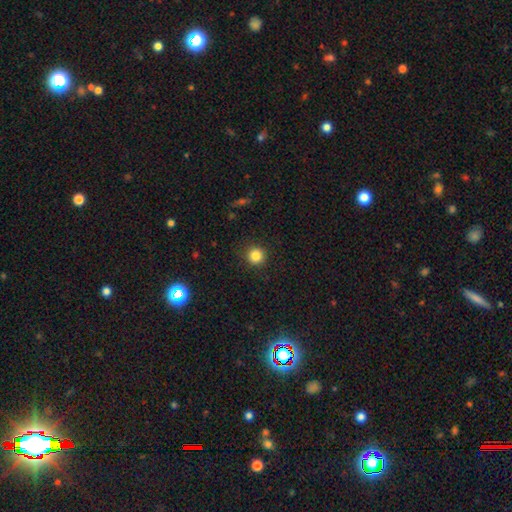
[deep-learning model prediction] A smooth galaxy with no disk features (84%) that is round (94%). Merging: none (90%).